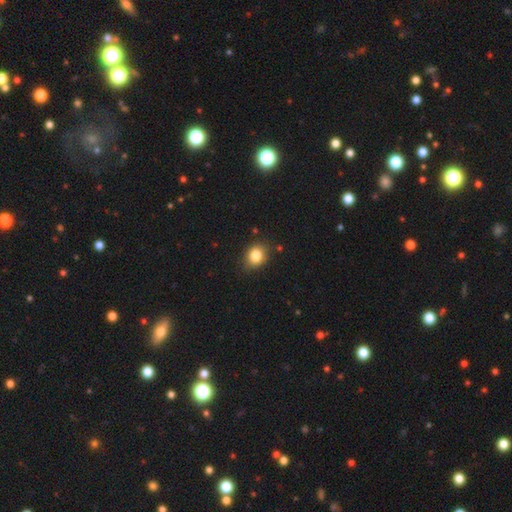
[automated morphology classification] smooth-or-featured: smooth: 83% | star or artifact: 10% | featured or disk: 7%
  how-rounded: round: 56% | in between: 43% | cigar-shaped: 1%
  merging: none: 82% | minor disturbance: 13% | major disturbance: 3% | merger: 2%